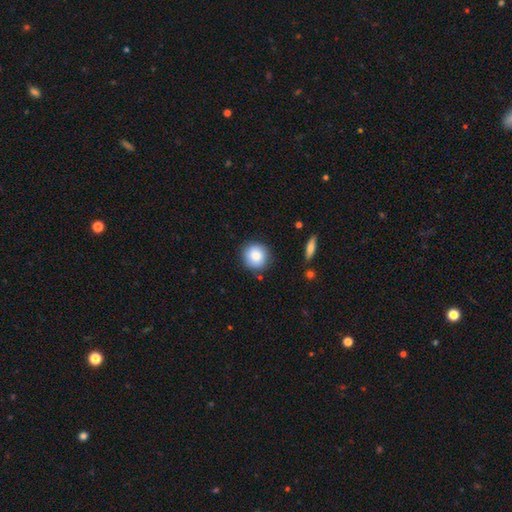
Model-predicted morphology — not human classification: smooth 84%, featured or disk 8%, star or artifact 8%. Down the decision tree: how rounded — round (91%); merging — none (85%).